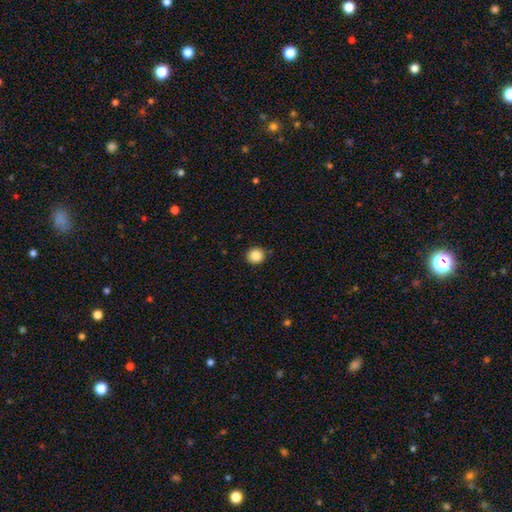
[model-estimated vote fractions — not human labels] smooth 87%, star or artifact 9%, featured or disk 4%. Down the decision tree: how rounded — round (91%); merging — none (90%).